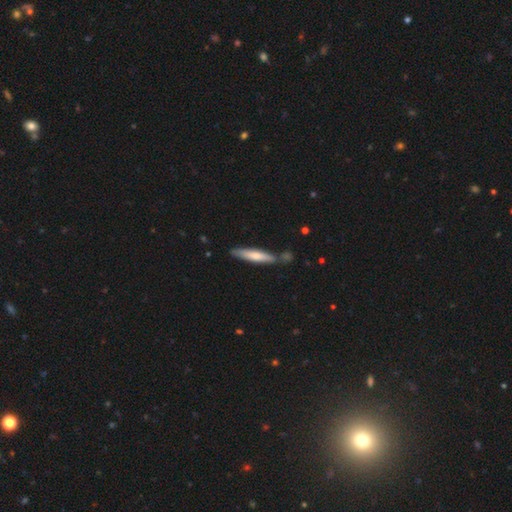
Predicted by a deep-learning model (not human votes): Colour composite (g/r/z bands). It shows a smooth galaxy with no disk features (65%) that is cigar-shaped (88%). Merging: none (76%).